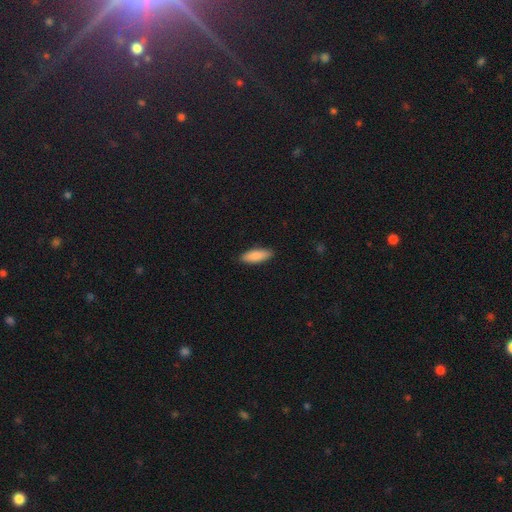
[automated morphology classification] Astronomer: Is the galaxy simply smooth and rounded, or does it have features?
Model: smooth — 89%.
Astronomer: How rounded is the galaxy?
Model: in between — 62%.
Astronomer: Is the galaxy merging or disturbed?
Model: none — 89%.